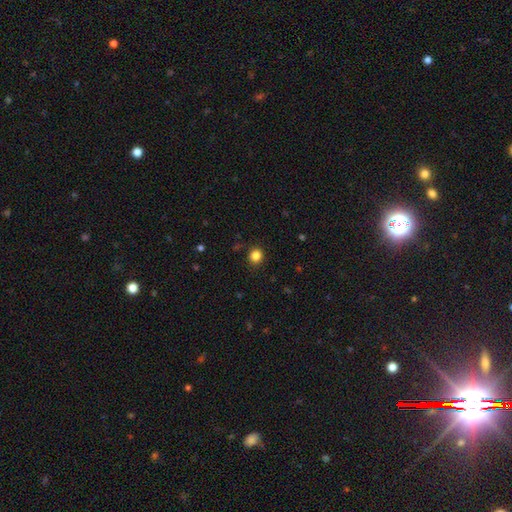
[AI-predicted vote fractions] Q: Smooth or featured?
A: smooth (84%); runner-up: star or artifact (13%)
Q: How rounded?
A: round (88%); runner-up: in between (11%)
Q: Merging?
A: none (89%); runner-up: minor disturbance (7%)